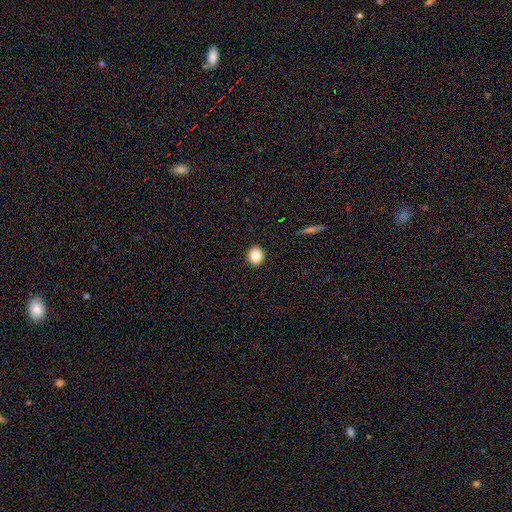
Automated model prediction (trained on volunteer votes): Smooth or featured? Predicted: smooth (p=0.84). How rounded? Predicted: round (p=0.88). Merging? Predicted: none (p=0.93).